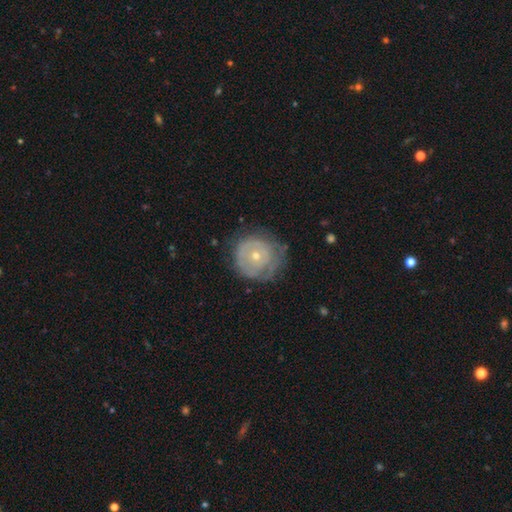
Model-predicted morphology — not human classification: Overall: featured or disk (60%; smooth 33%). Edge-on disk: no (97%). Bar: no (88%). Spiral arms: no (51%; yes 49%). Bulge size: small (61%; moderate 35%). Merging: none (63%; minor disturbance 24%).